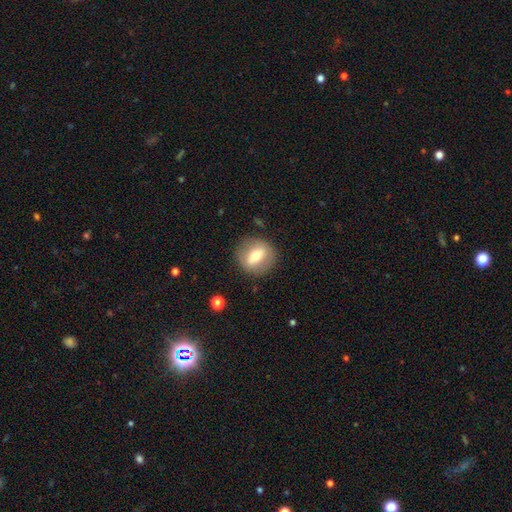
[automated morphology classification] smooth_or_featured: smooth (p=0.54) [alt: featured or disk p=0.39]
how_rounded: round (p=0.67) [alt: in between p=0.30]
merging: none (p=0.84) [alt: minor disturbance p=0.11]